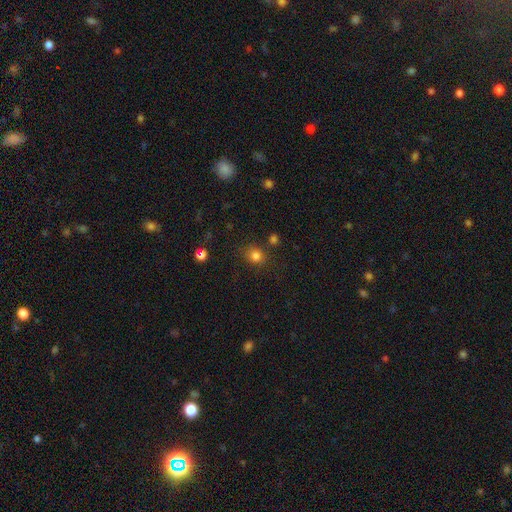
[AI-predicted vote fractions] This is likely a smooth galaxy (80%). How rounded: likely round (78%). Merging: clearly none (80%).